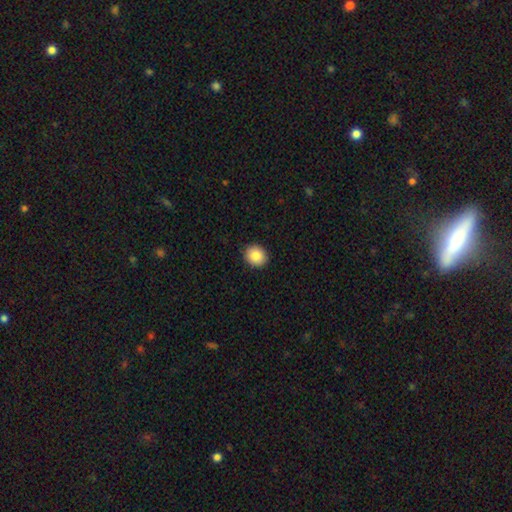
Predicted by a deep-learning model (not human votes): Smooth or featured? smooth (85%)
How rounded? round (76%)
Merging? none (91%)